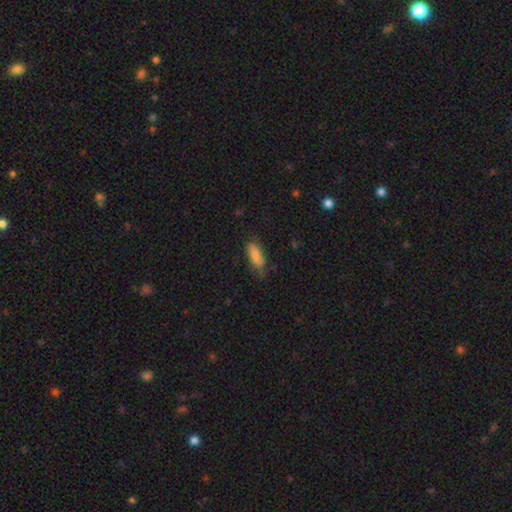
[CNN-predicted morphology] smooth_or_featured: smooth (p=0.79) [alt: featured or disk p=0.13]
how_rounded: in between (p=0.76) [alt: cigar-shaped p=0.22]
merging: none (p=0.57) [alt: minor disturbance p=0.30]